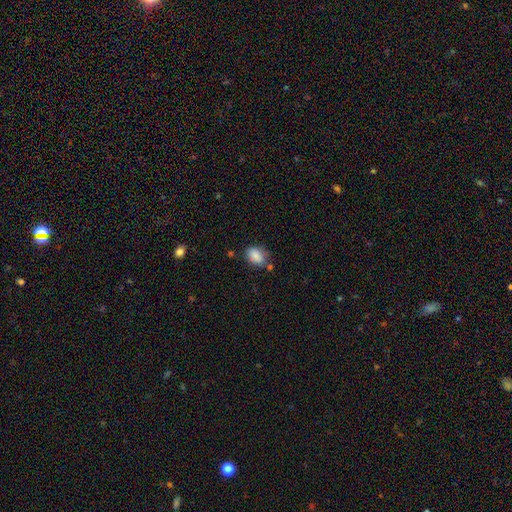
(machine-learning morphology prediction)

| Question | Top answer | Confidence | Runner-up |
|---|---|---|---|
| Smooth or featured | smooth | 85% | star or artifact (8%) |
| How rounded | in between | 79% | round (19%) |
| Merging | none | 63% | minor disturbance (23%) |